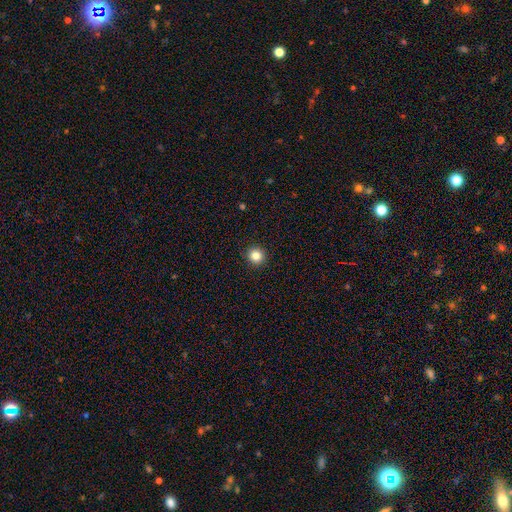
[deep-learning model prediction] The model was most divided on "smooth or featured": smooth: 84%, star or artifact: 11%, featured or disk: 5%. More confident: how rounded — round (93%); merging — none (93%).